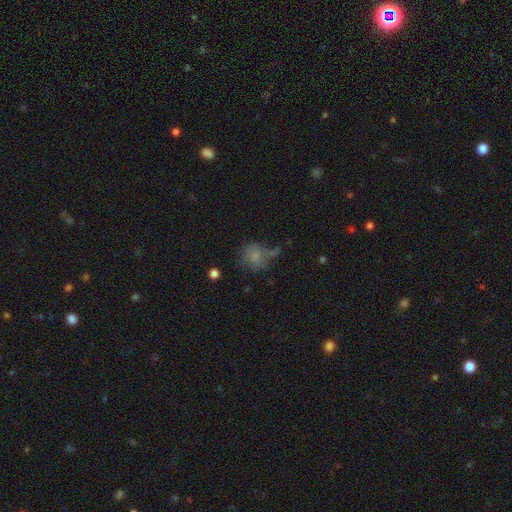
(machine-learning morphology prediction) smooth 70%, featured or disk 16%, star or artifact 14%. Down the decision tree: how rounded — round (74%); merging — none (50%).